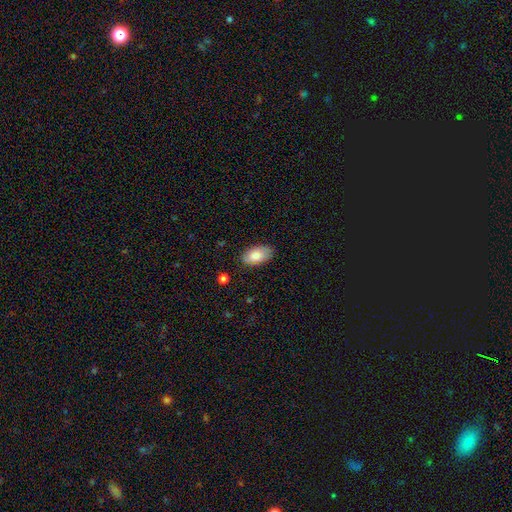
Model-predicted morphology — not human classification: smooth-or-featured: smooth: 80% | featured or disk: 13% | star or artifact: 6%
  how-rounded: in between: 94% | round: 3% | cigar-shaped: 2%
  merging: none: 83% | minor disturbance: 13% | major disturbance: 3% | merger: 1%